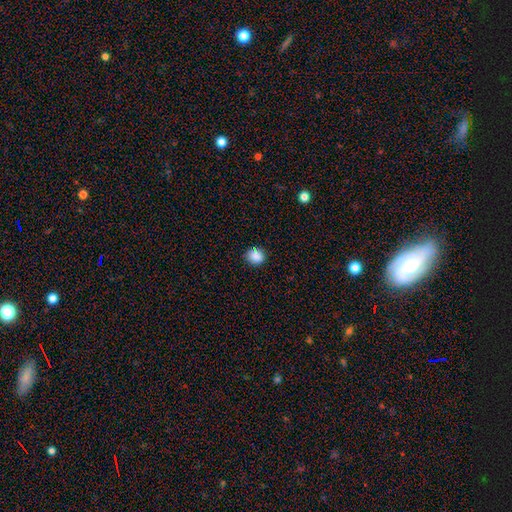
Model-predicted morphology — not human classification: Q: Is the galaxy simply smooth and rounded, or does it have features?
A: smooth — 86%.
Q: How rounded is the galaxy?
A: round — 78%.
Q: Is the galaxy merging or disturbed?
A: none — 82%.